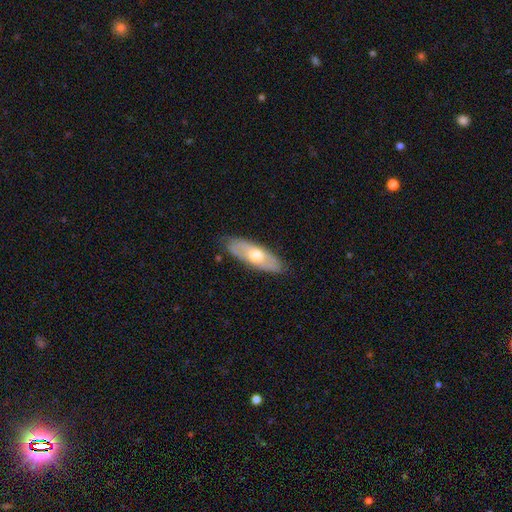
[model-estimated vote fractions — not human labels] smooth-or-featured: featured or disk: 50% | smooth: 44% | star or artifact: 6%
  disk-edge-on: no: 65% | yes: 35%
  merging: none: 84% | minor disturbance: 12% | major disturbance: 3% | merger: 1%